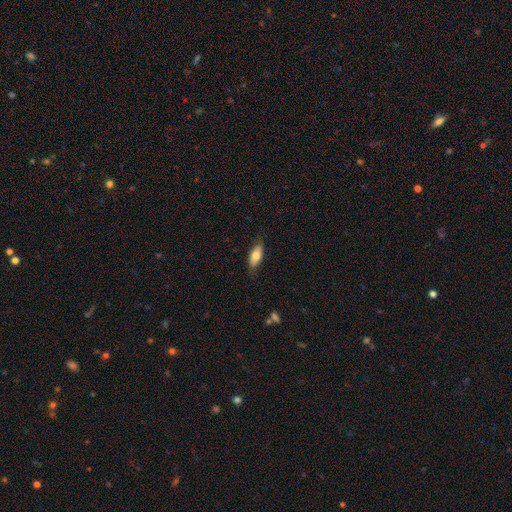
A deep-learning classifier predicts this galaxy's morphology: Overall: smooth (74%). How rounded: in between (78%). Merging: none (75%).